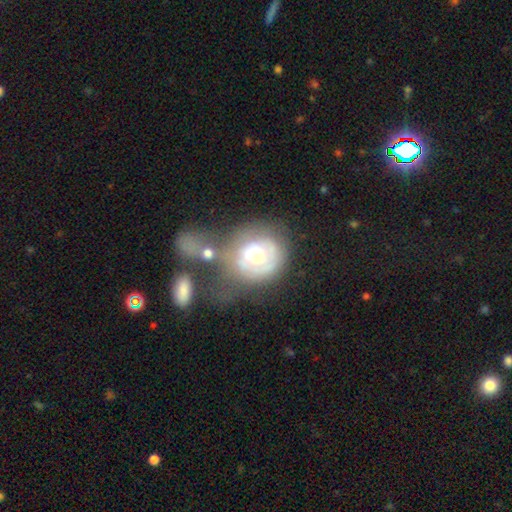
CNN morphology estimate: smooth_or_featured: featured or disk (p=0.59) [alt: smooth p=0.34]
disk_edge_on: no (p=0.96) [alt: yes p=0.04]
bar: no (p=0.83) [alt: weak p=0.13]
has_spiral_arms: no (p=0.55) [alt: yes p=0.45]
bulge_size: moderate (p=0.63) [alt: large p=0.20]
merging: merger (p=0.35) [alt: major disturbance p=0.26]